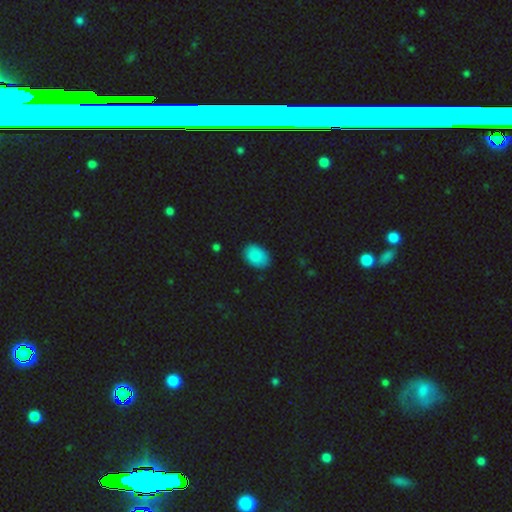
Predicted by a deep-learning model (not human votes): Smooth or featured? smooth (88%)
How rounded? in between (74%)
Merging? none (85%)